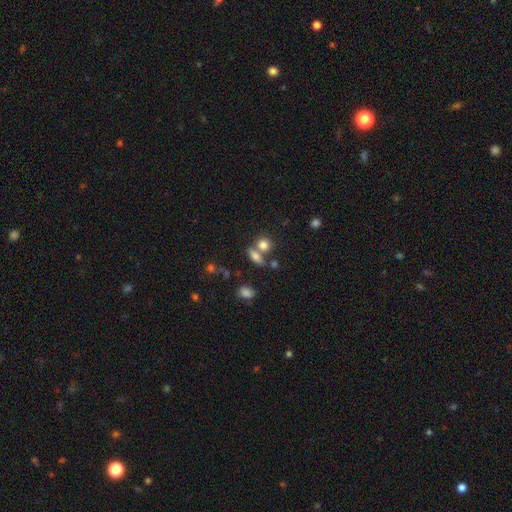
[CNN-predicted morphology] smooth 76%, star or artifact 12%, featured or disk 11%. Down the decision tree: how rounded — in between (55%); merging — none (50%).